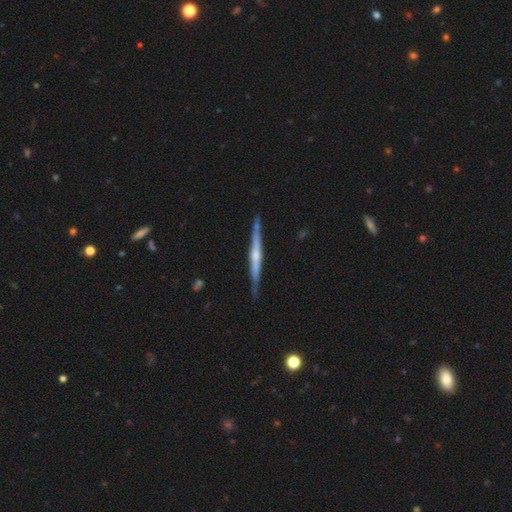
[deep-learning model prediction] This is likely a featured or disk galaxy (73%). It is clearly viewed edge-on (98%). Edge-on bulge: possibly rounded (56%). Merging: clearly none (86%).